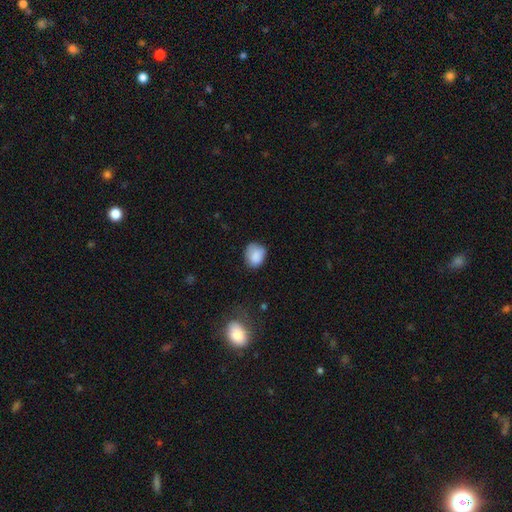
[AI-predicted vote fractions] A smooth galaxy with no disk features (84%) that is round (57%).

Vote fractions:
- Smooth or featured? smooth: 84% / star or artifact: 9% / featured or disk: 7%
- How rounded? round: 57% / in between: 42% / cigar-shaped: 1%
- Merging? none: 67% / minor disturbance: 25% / major disturbance: 6% / merger: 2%